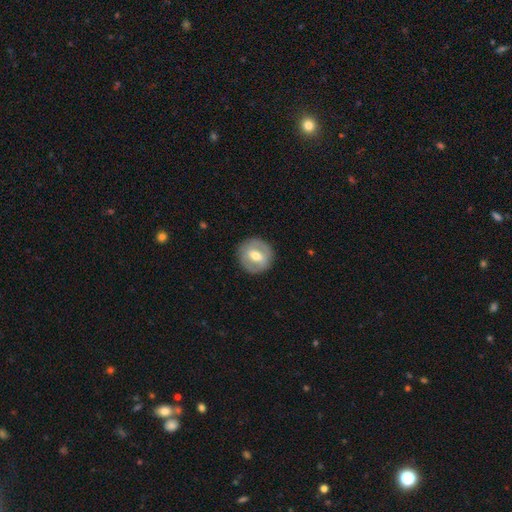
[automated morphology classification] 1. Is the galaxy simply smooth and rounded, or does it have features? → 54% featured or disk, 40% smooth, 6% star or artifact.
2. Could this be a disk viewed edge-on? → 93% no, 7% yes.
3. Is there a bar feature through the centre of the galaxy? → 42% weak, 39% strong, 19% no.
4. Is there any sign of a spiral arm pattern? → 71% no, 29% yes.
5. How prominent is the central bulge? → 72% moderate, 20% small, 6% large, 1% none, 1% dominant.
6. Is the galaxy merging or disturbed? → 88% none, 8% minor disturbance, 3% major disturbance, 1% merger.